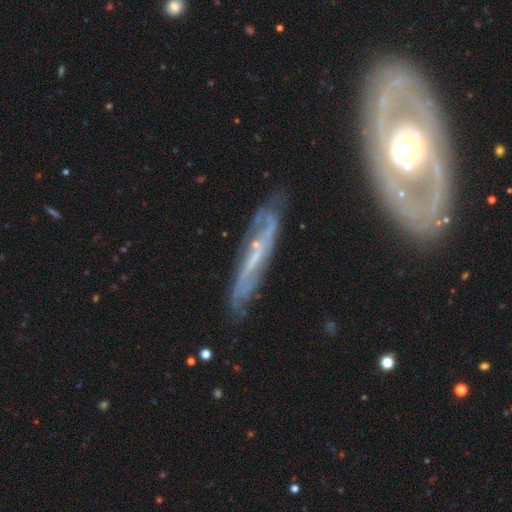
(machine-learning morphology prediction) type=featured or disk (78%); edge-on=no (60%); merging=none (72%).